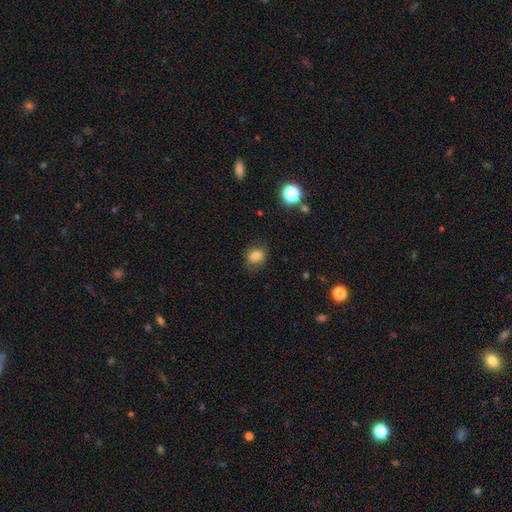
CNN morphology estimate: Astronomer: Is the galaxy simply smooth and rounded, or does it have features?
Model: smooth — 81%.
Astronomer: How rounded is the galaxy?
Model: round — 54% (runner-up: in between, 45%).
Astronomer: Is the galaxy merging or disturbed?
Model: none — 75%.